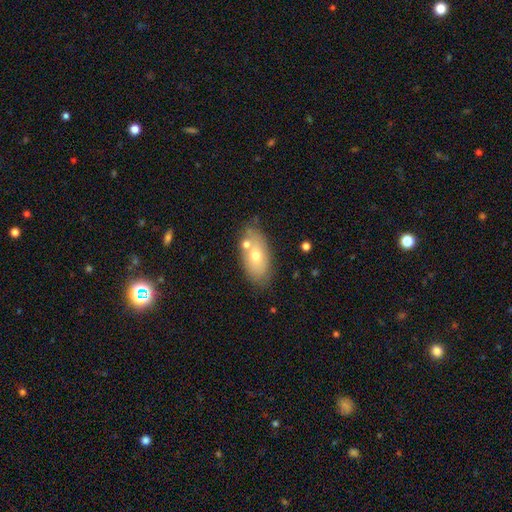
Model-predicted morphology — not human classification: Smooth or featured?
  - smooth: 63% *
  - featured or disk: 29%
  - star or artifact: 9%
How rounded?
  - in between: 89% *
  - round: 6%
  - cigar-shaped: 4%
Merging?
  - none: 69% *
  - minor disturbance: 14%
  - merger: 12%
  - major disturbance: 4%